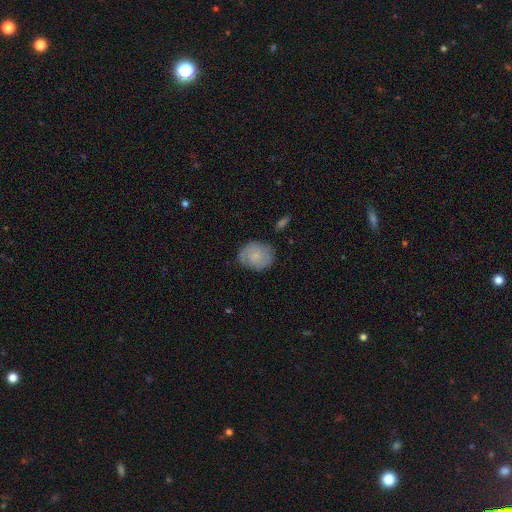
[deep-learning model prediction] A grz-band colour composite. It shows a smooth galaxy with no disk features (72%) that is round (50%). Merging: none (69%).